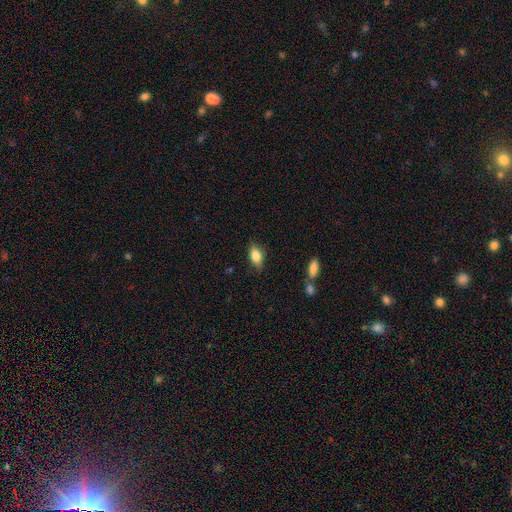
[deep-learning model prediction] smooth-or-featured: smooth: 81% | featured or disk: 11% | star or artifact: 8%
  how-rounded: in between: 86% | round: 8% | cigar-shaped: 6%
  merging: none: 79% | minor disturbance: 16% | major disturbance: 3% | merger: 2%